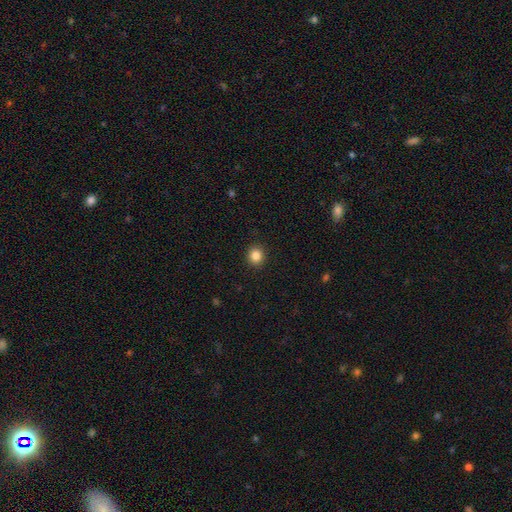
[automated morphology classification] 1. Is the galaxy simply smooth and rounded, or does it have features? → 86% smooth, 10% star or artifact, 4% featured or disk.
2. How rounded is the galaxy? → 87% round, 12% in between, 1% cigar-shaped.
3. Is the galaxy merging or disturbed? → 92% none, 5% minor disturbance, 2% major disturbance, 1% merger.